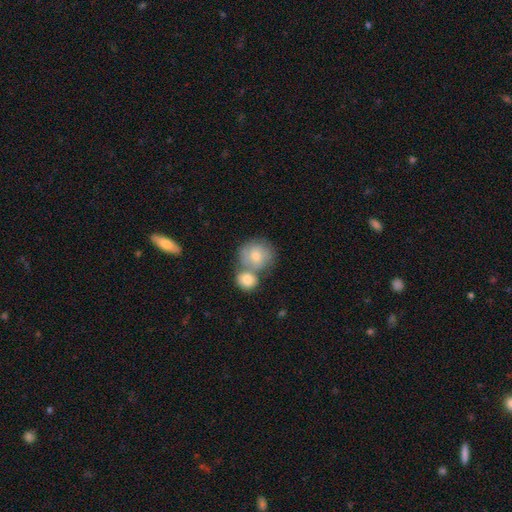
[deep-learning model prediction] Morphology: type=smooth (70%); roundness=round (85%); merging=merger (51%).